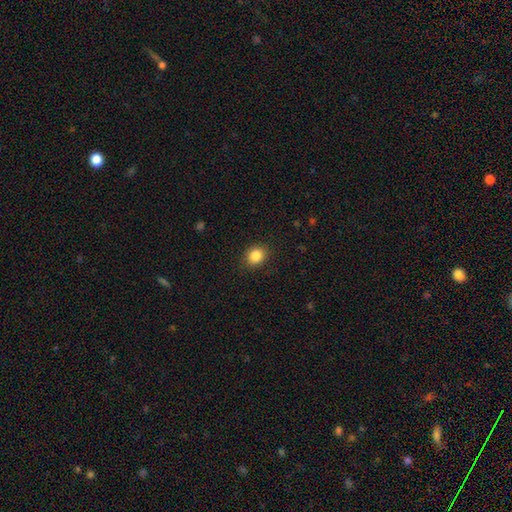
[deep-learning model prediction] smooth 86%, star or artifact 10%, featured or disk 4%. Down the decision tree: how rounded — round (69%); merging — none (88%).